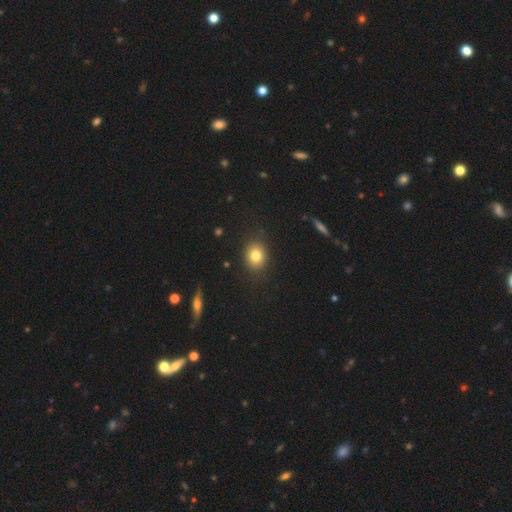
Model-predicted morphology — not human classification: smooth-or-featured: smooth: 82% | star or artifact: 11% | featured or disk: 8%
  how-rounded: round: 58% | in between: 41% | cigar-shaped: 1%
  merging: none: 86% | minor disturbance: 10% | major disturbance: 3% | merger: 1%